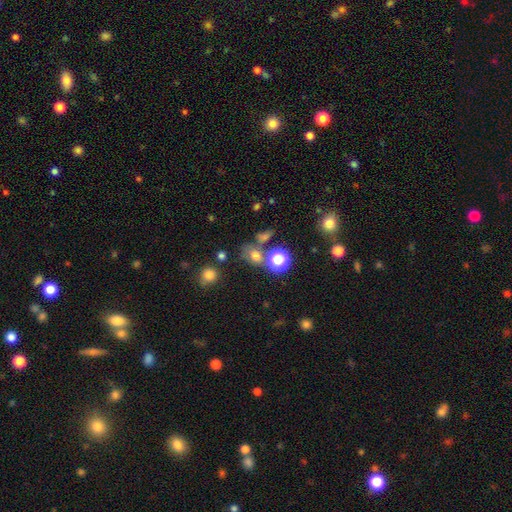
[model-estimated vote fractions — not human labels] Morphology: type=smooth (65%); roundness=round (56%); merging=none (55%).